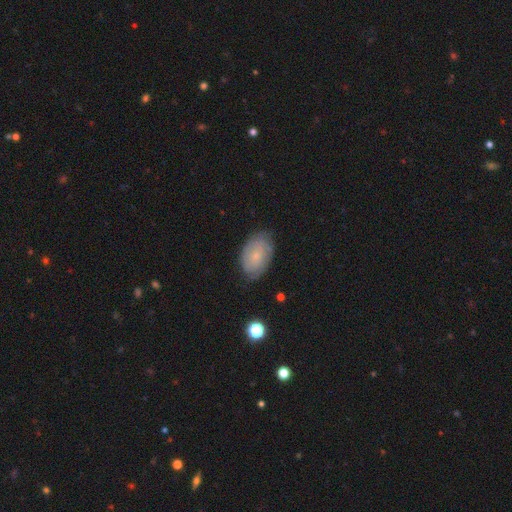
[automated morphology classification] Smooth or featured?
  - featured or disk: 49% *
  - smooth: 43%
  - star or artifact: 8%
Merging?
  - none: 74% *
  - minor disturbance: 20%
  - major disturbance: 5%
  - merger: 1%